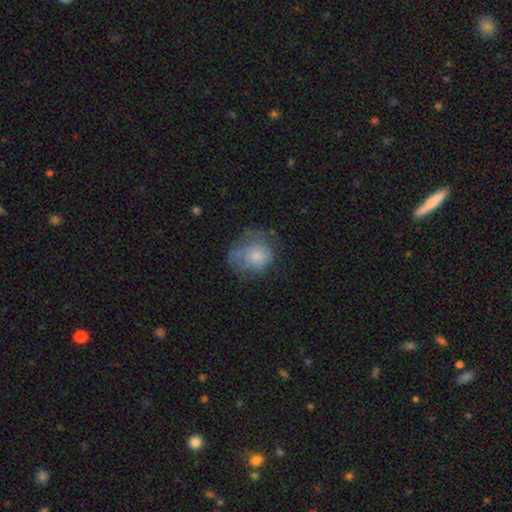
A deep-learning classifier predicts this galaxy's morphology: This is possibly a smooth galaxy (59%). How rounded: likely round (65%). Merging: marginally none (41%).